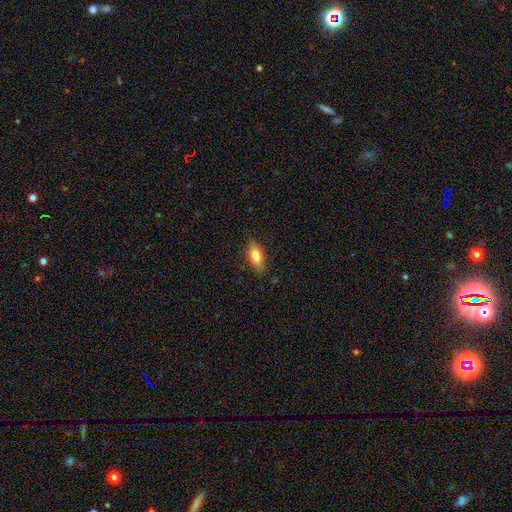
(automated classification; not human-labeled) Q: Smooth or featured?
A: smooth (69%); runner-up: featured or disk (24%)
Q: How rounded?
A: in between (72%); runner-up: cigar-shaped (24%)
Q: Merging?
A: none (84%); runner-up: minor disturbance (13%)